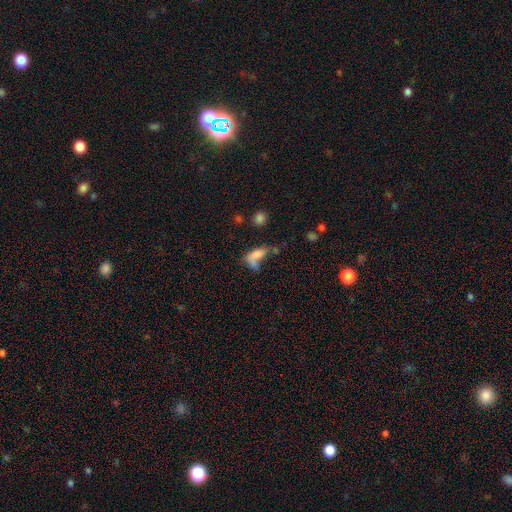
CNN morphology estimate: A smooth galaxy with no disk features (64%) that is in between round and cigar-shaped (72%). Merging: merger (31%).